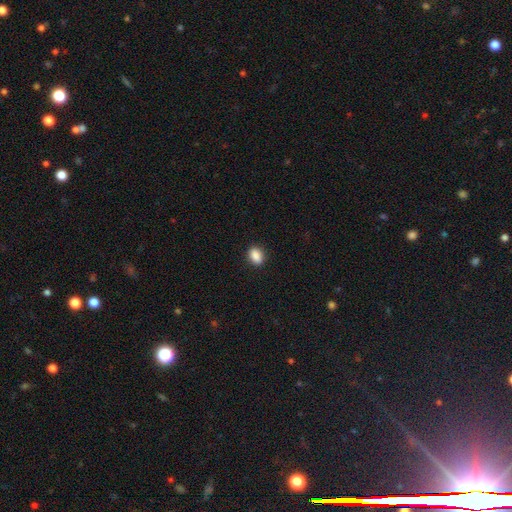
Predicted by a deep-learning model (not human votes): smooth-or-featured: smooth: 89% | star or artifact: 8% | featured or disk: 3%
  how-rounded: in between: 76% | round: 22% | cigar-shaped: 2%
  merging: none: 89% | minor disturbance: 8% | major disturbance: 2% | merger: 1%